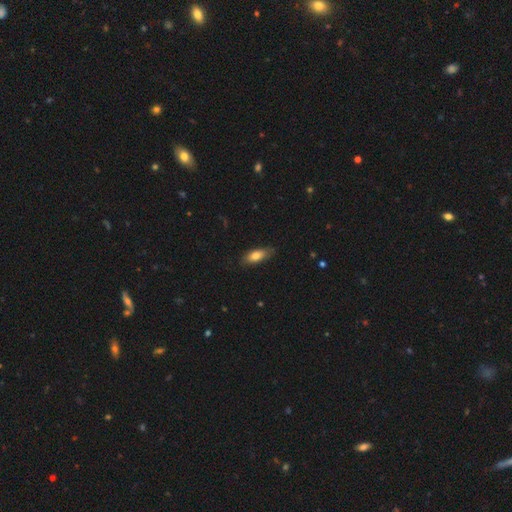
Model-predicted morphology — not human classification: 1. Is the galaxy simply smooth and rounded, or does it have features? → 76% smooth, 17% featured or disk, 6% star or artifact.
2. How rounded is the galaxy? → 74% in between, 23% cigar-shaped, 3% round.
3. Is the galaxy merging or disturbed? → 78% none, 18% minor disturbance, 3% major disturbance, 1% merger.